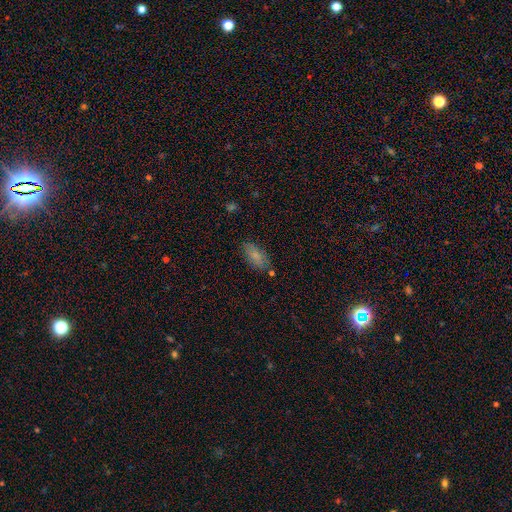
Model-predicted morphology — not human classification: Smooth or featured: smooth — 82% (featured or disk — 9%)
How rounded: in between — 88% (cigar-shaped — 9%)
Merging: none — 74% (minor disturbance — 17%)